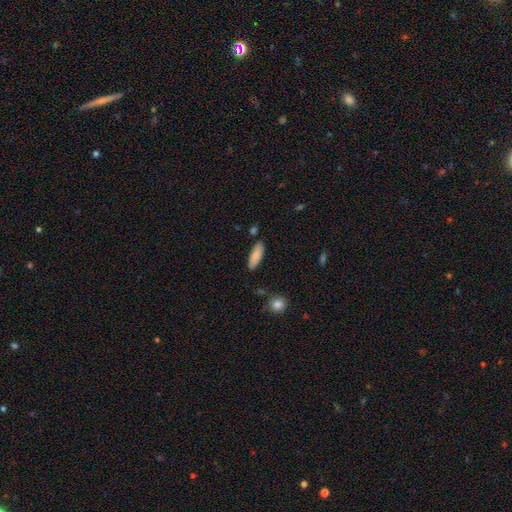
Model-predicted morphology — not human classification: Overall: smooth (85%). How rounded: in between (60%; cigar-shaped 38%). Merging: none (83%).